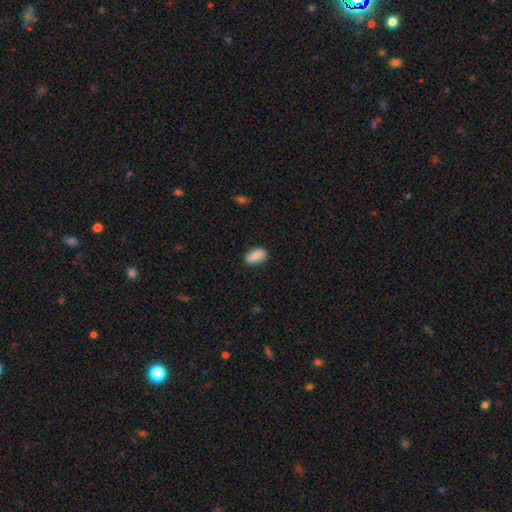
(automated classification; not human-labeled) Smooth or featured?
  - smooth: 75% *
  - featured or disk: 18%
  - star or artifact: 7%
How rounded?
  - in between: 87% *
  - round: 8%
  - cigar-shaped: 5%
Merging?
  - none: 80% *
  - minor disturbance: 15%
  - major disturbance: 3%
  - merger: 2%